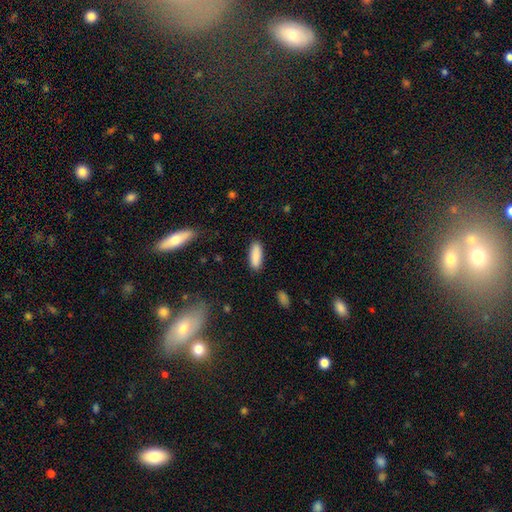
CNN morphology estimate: Overall: smooth (89%). How rounded: in between (65%; cigar-shaped 33%). Merging: none (87%).